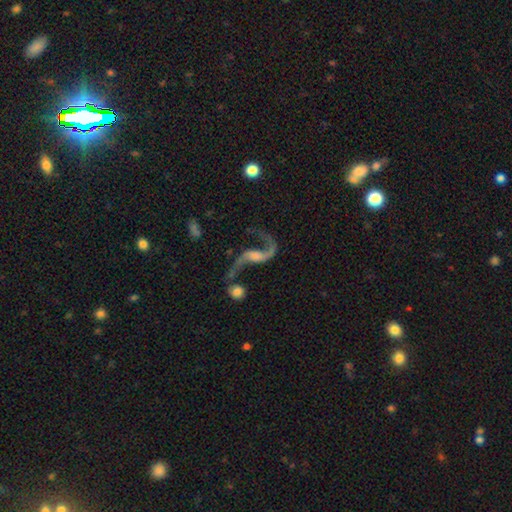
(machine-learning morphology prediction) Smooth or featured?
  - featured or disk: 87% *
  - smooth: 7%
  - star or artifact: 6%
Edge-on disk?
  - no: 96% *
  - yes: 4%
Bar?
  - no: 44% *
  - weak: 38%
  - strong: 18%
Spiral arms?
  - yes: 95% *
  - no: 5%
Spiral winding?
  - loose: 90% *
  - medium: 8%
  - tight: 2%
Spiral arm count?
  - 2: 90% *
  - 1: 6%
  - can't tell: 1%
  - 3: 1%
  - 4: 1%
  - more than 4: 1%
Bulge size?
  - none: 37% *
  - small: 26%
  - moderate: 23%
  - large: 11%
  - dominant: 3%
Merging?
  - none: 49% *
  - major disturbance: 19%
  - merger: 16%
  - minor disturbance: 16%